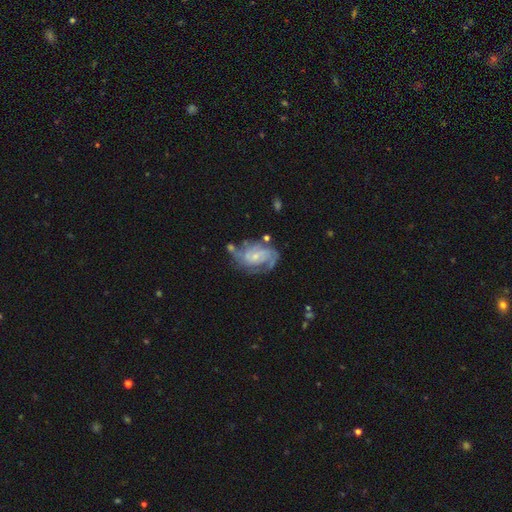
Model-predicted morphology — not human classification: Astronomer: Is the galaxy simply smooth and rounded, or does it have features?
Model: featured or disk — 81%.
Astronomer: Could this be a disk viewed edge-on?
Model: no — 97%.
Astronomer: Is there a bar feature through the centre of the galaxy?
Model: no — 56% (runner-up: weak, 36%).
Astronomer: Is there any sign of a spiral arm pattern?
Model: yes — 91%.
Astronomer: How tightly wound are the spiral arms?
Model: tight — 50% (runner-up: medium, 37%).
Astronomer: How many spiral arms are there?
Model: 2 — 41% (runner-up: can't tell, 30%).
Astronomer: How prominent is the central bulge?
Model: small — 69%.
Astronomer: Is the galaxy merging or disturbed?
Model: none — 55%.